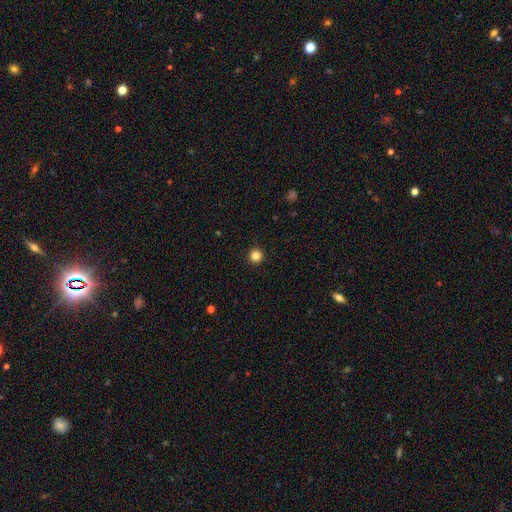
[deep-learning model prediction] This appears to be a smooth galaxy with no disk features (84%) that is round (97%). Merging: none (94%).